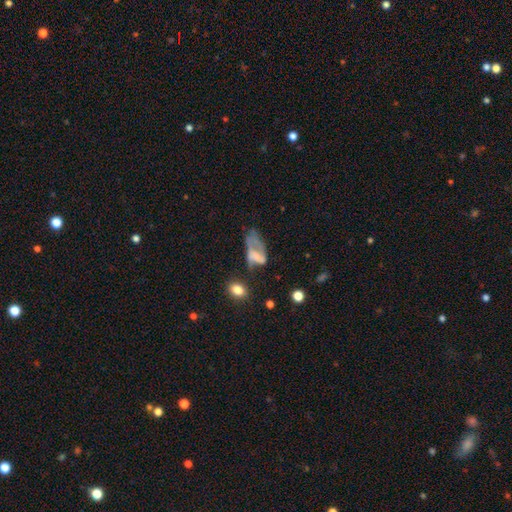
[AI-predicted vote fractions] smooth-or-featured: smooth: 48% | featured or disk: 40% | star or artifact: 13%
  merging: major disturbance: 51% | minor disturbance: 19% | none: 18% | merger: 11%